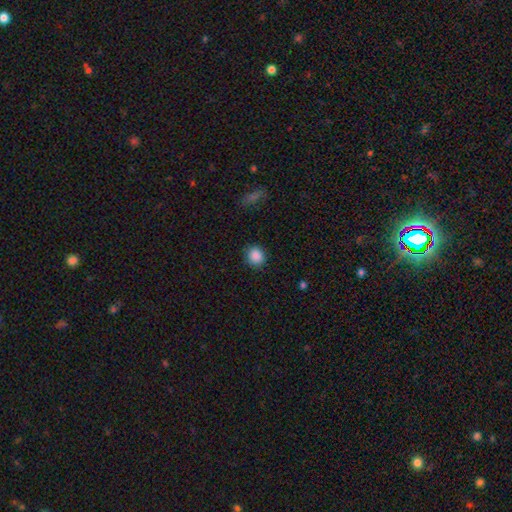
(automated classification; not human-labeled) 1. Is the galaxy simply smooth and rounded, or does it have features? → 88% smooth, 9% star or artifact, 3% featured or disk.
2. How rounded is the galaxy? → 83% round, 16% in between, 1% cigar-shaped.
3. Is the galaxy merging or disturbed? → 88% none, 8% minor disturbance, 3% major disturbance, 1% merger.